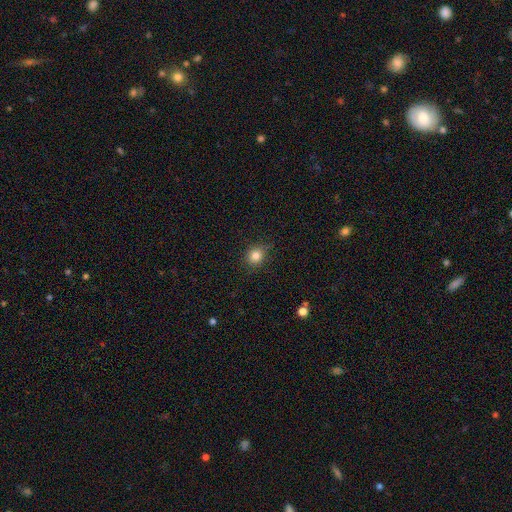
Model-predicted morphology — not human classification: smooth_or_featured: smooth (p=0.83) [alt: star or artifact p=0.11]
how_rounded: round (p=0.76) [alt: in between p=0.23]
merging: none (p=0.82) [alt: minor disturbance p=0.14]